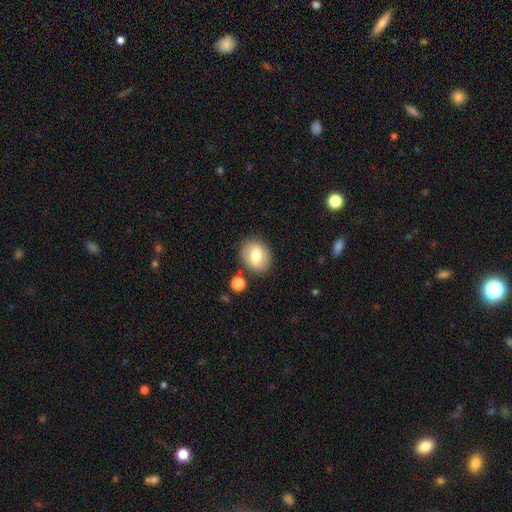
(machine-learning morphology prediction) A smooth galaxy with no disk features (69%) that is round (51%). Merging: none (81%).